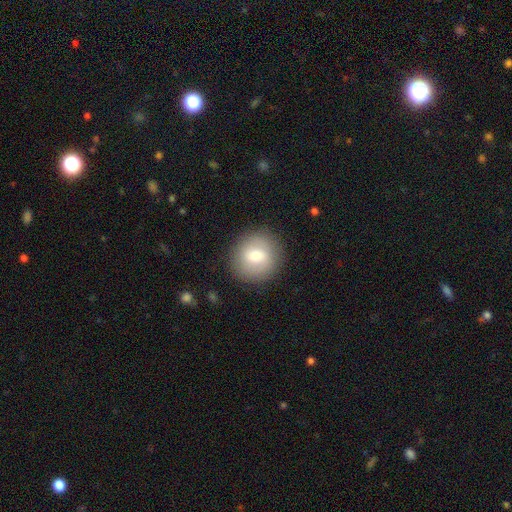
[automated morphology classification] Smooth or featured? smooth (69%)
How rounded? round (91%)
Merging? none (89%)